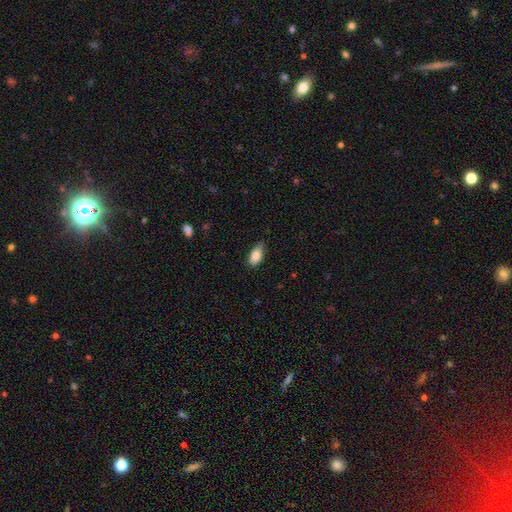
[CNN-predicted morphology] A smooth galaxy with no disk features (81%) that is in between round and cigar-shaped (91%).

Vote fractions:
- Smooth or featured? smooth: 81% / featured or disk: 12% / star or artifact: 7%
- How rounded? in between: 91% / cigar-shaped: 5% / round: 4%
- Merging? none: 72% / minor disturbance: 24% / major disturbance: 3% / merger: 1%